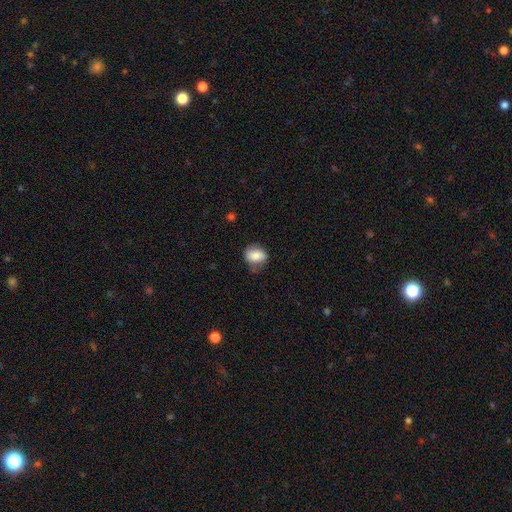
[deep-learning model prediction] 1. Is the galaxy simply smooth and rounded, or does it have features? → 81% smooth, 12% featured or disk, 8% star or artifact.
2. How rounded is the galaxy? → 54% in between, 45% round, 1% cigar-shaped.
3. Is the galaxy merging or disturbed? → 63% none, 27% minor disturbance, 8% major disturbance, 2% merger.